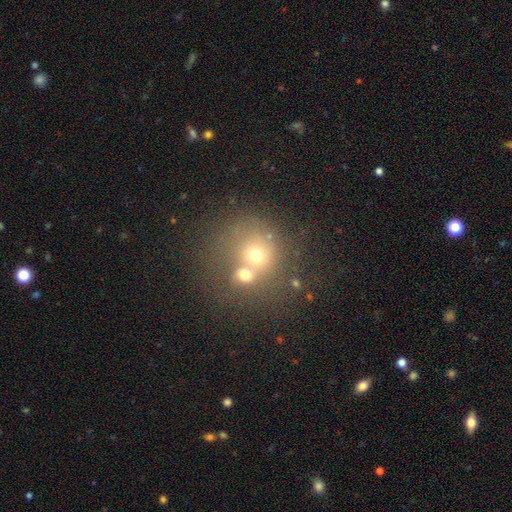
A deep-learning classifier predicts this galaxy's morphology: This is possibly a smooth galaxy (57%). How rounded: clearly round (82%). Merging: possibly merger (51%).